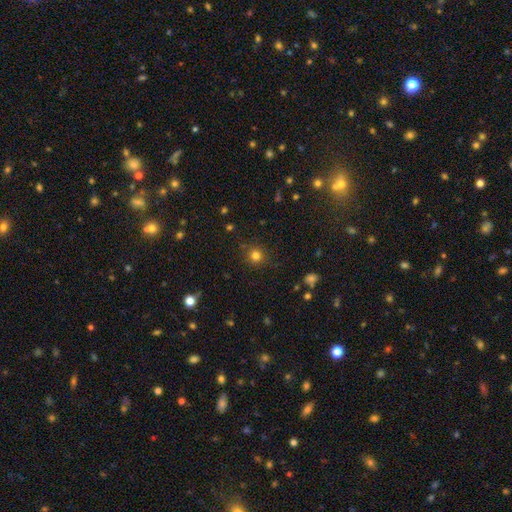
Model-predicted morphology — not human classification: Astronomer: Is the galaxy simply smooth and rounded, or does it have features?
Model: smooth — 79%.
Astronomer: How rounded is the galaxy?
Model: round — 91%.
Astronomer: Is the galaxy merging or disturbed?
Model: none — 88%.